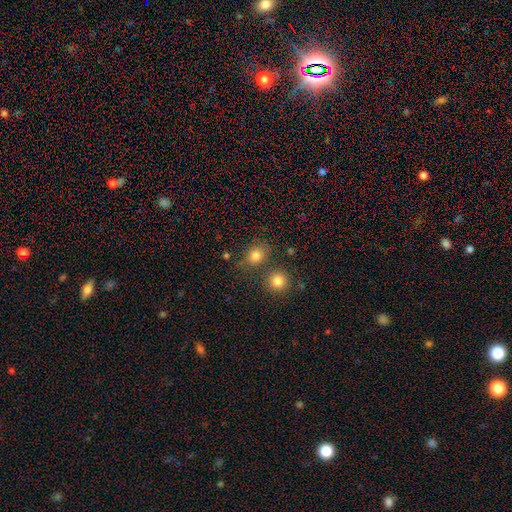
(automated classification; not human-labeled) Smooth or featured? Predicted: smooth (p=0.80). How rounded? Predicted: round (p=0.59). Merging? Predicted: none (p=0.71).